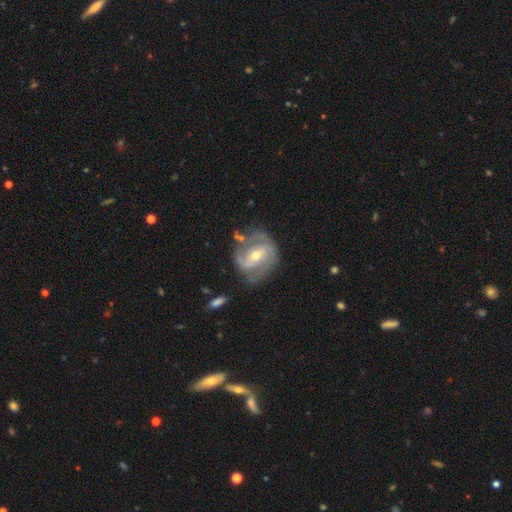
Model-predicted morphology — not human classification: Smooth or featured? featured or disk (85%)
Edge-on disk? no (97%)
Bar? weak (44%)
Spiral arms? yes (93%)
Spiral winding? medium (45%)
Spiral arm count? 2 (64%)
Bulge size? moderate (55%)
Merging? none (60%)